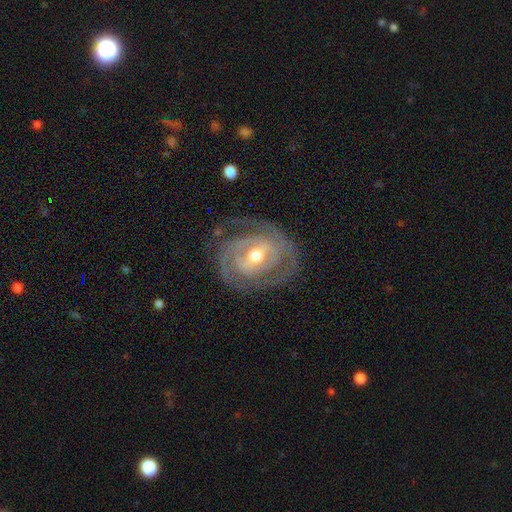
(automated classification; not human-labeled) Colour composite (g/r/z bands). It shows a featured or disk galaxy (87%) with a weak bar (44%), 2 (57%) tight (63%) spiral arms (90%) and a moderate central bulge (73%). Merging: none (73%).